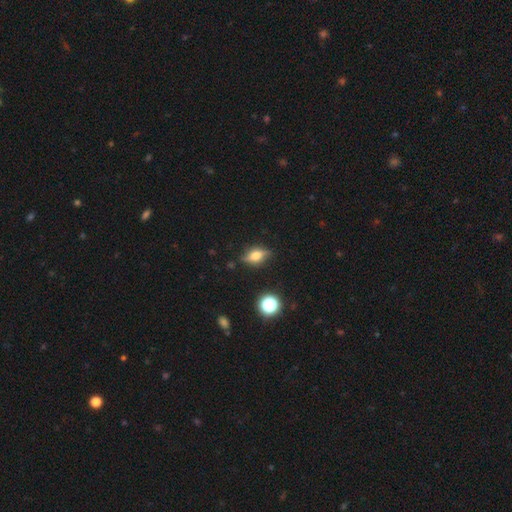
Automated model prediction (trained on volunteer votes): Smooth or featured: featured or disk — 47% (smooth — 42%)
Merging: none — 78% (minor disturbance — 16%)